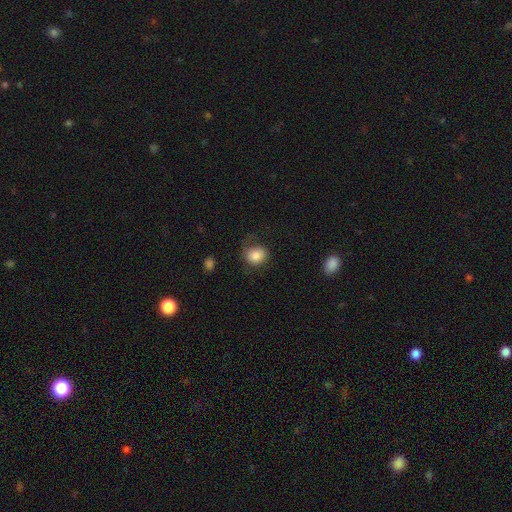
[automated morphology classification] The model was most divided on "merging": none: 57%, minor disturbance: 23%, major disturbance: 18%, merger: 2%. More confident: smooth or featured — smooth (82%); how rounded — round (67%).